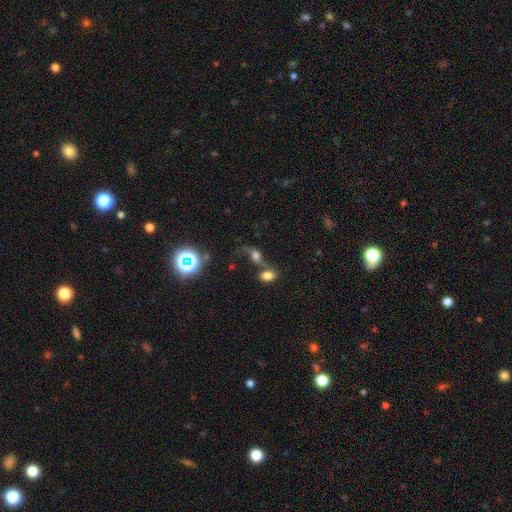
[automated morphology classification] smooth-or-featured: smooth: 41% | featured or disk: 36% | star or artifact: 23%
  merging: merger: 55% | none: 21% | major disturbance: 14% | minor disturbance: 10%